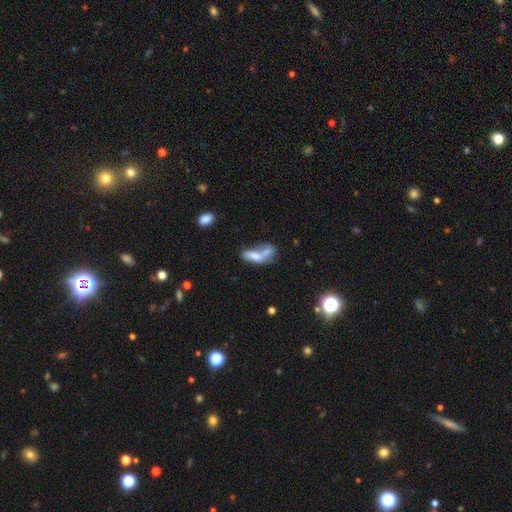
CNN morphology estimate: smooth_or_featured: smooth (p=0.64) [alt: featured or disk p=0.27]
how_rounded: in between (p=0.75) [alt: cigar-shaped p=0.19]
merging: merger (p=0.61) [alt: none p=0.20]